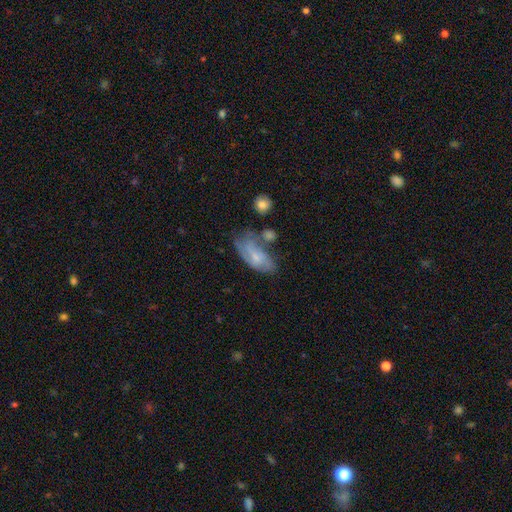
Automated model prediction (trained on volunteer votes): Smooth or featured?
  - smooth: 49% *
  - featured or disk: 44%
  - star or artifact: 7%
Merging?
  - none: 43% *
  - minor disturbance: 28%
  - merger: 15%
  - major disturbance: 14%